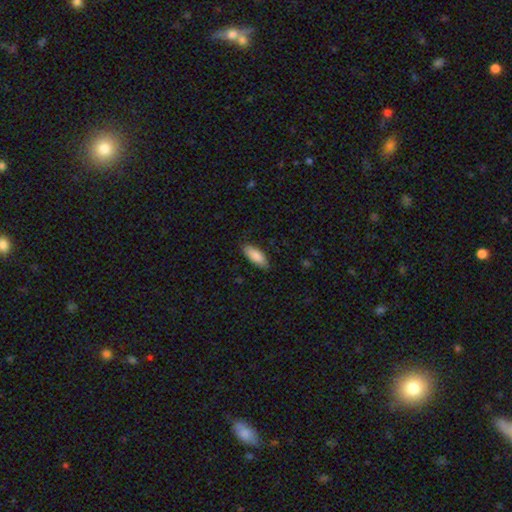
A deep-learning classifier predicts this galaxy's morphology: type=smooth (88%); roundness=in between (75%); merging=none (85%).